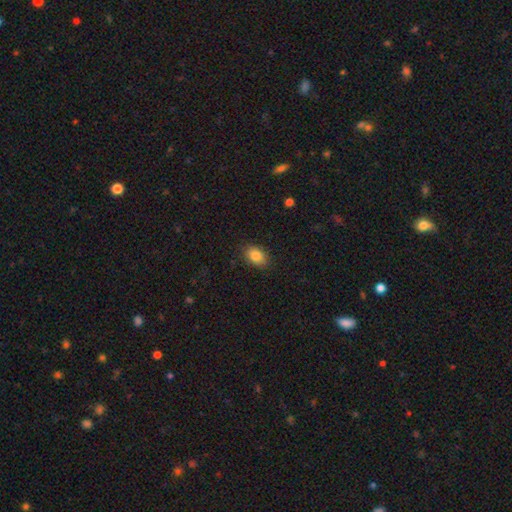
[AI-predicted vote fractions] Morphology: type=smooth (85%); roundness=in between (82%); merging=none (86%).